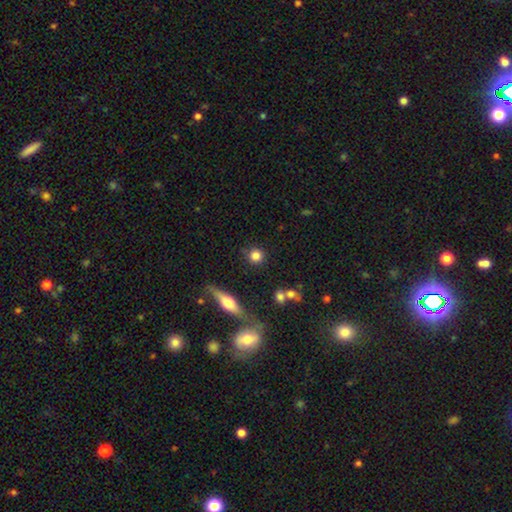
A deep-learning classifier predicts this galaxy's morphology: The model was most divided on "smooth or featured": smooth: 81%, star or artifact: 10%, featured or disk: 8%. More confident: how rounded — round (91%); merging — none (86%).